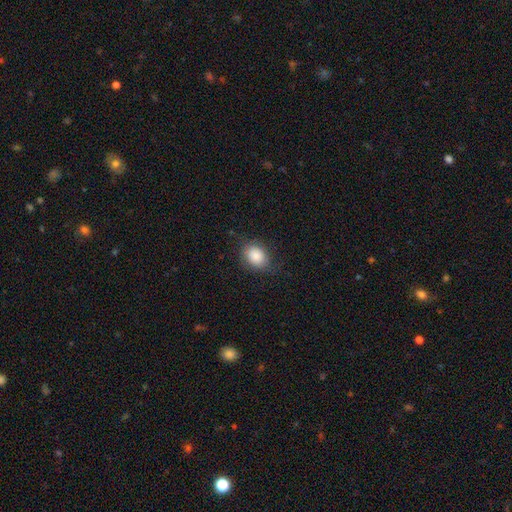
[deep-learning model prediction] Smooth or featured?
  - smooth: 83% *
  - featured or disk: 9%
  - star or artifact: 8%
How rounded?
  - in between: 56% *
  - round: 43%
  - cigar-shaped: 1%
Merging?
  - none: 73% *
  - minor disturbance: 19%
  - major disturbance: 6%
  - merger: 1%